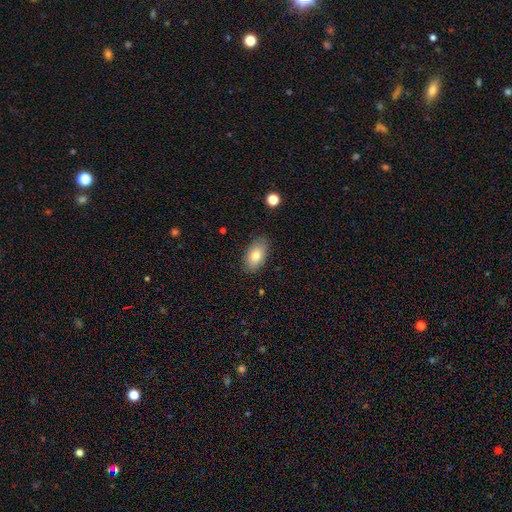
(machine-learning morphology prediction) Smooth or featured?
  - smooth: 78% *
  - featured or disk: 14%
  - star or artifact: 8%
How rounded?
  - in between: 91% *
  - round: 7%
  - cigar-shaped: 2%
Merging?
  - none: 84% *
  - minor disturbance: 12%
  - major disturbance: 3%
  - merger: 1%